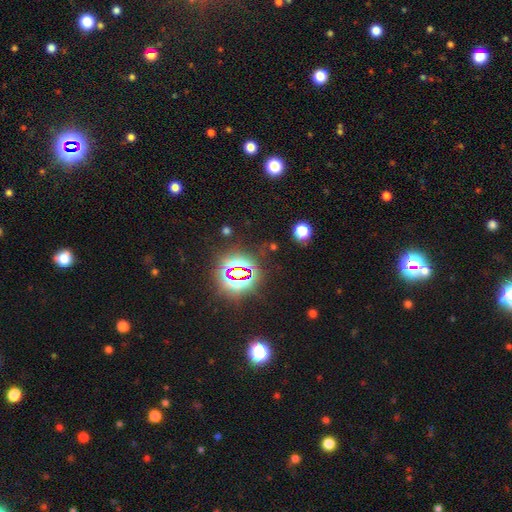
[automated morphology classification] Smooth or featured?
  - star or artifact: 81% *
  - smooth: 12%
  - featured or disk: 7%